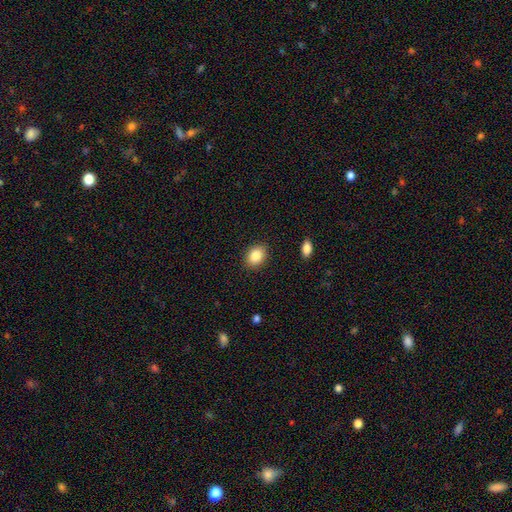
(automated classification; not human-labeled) Smooth or featured: smooth — 86% (star or artifact — 8%)
How rounded: in between — 61% (round — 38%)
Merging: none — 89% (minor disturbance — 8%)